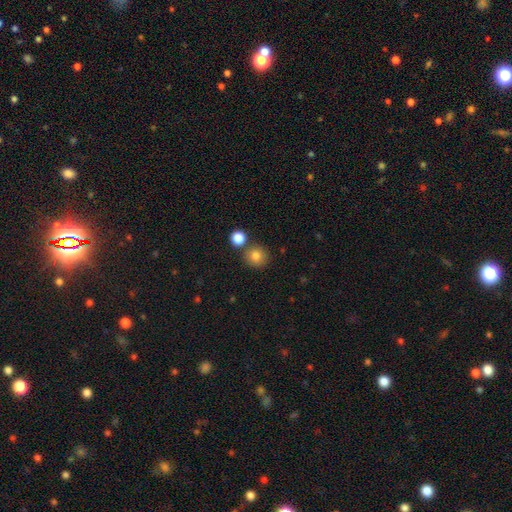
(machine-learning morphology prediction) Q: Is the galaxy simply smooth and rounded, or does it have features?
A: smooth — 81%.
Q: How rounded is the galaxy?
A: round — 91%.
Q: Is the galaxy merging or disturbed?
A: none — 77%.